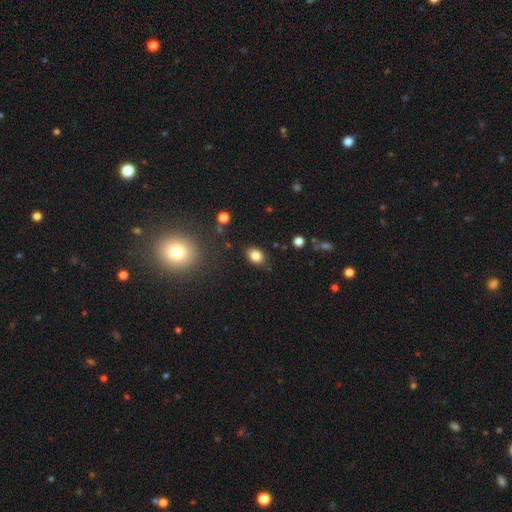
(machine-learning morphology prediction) The model was most divided on "how rounded": in between: 71%, round: 27%, cigar-shaped: 1%. More confident: merging — none (85%); smooth or featured — smooth (83%).